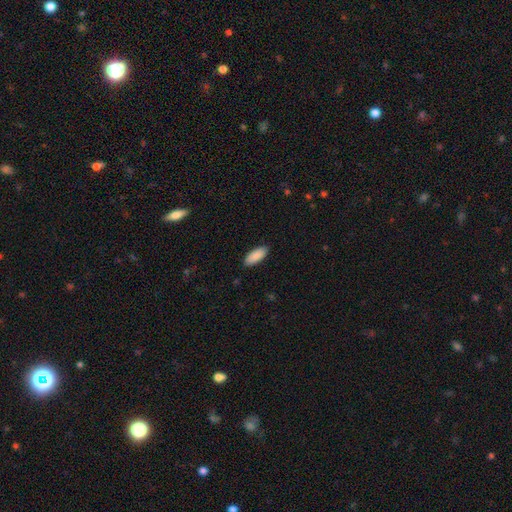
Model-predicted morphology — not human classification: smooth 91%, star or artifact 6%, featured or disk 4%. Down the decision tree: how rounded — in between (81%); merging — none (89%).